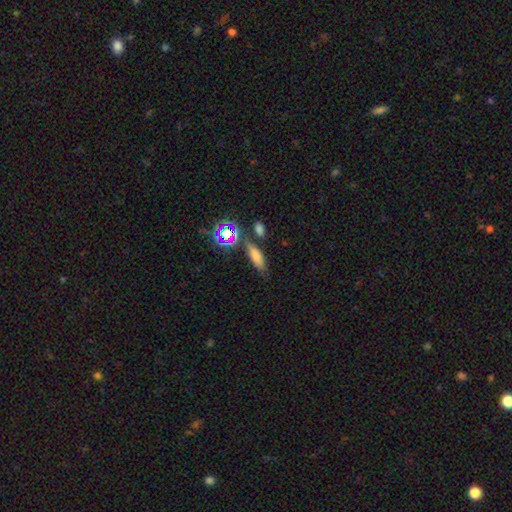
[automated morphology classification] Q: Smooth or featured?
A: smooth (69%); runner-up: star or artifact (20%)
Q: How rounded?
A: in between (53%); runner-up: cigar-shaped (41%)
Q: Merging?
A: none (70%); runner-up: minor disturbance (13%)